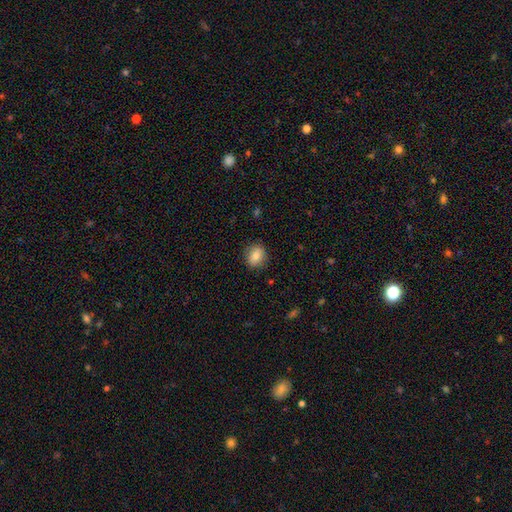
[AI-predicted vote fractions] Smooth or featured: smooth — 81% (featured or disk — 10%)
How rounded: round — 59% (in between — 39%)
Merging: none — 86% (minor disturbance — 11%)